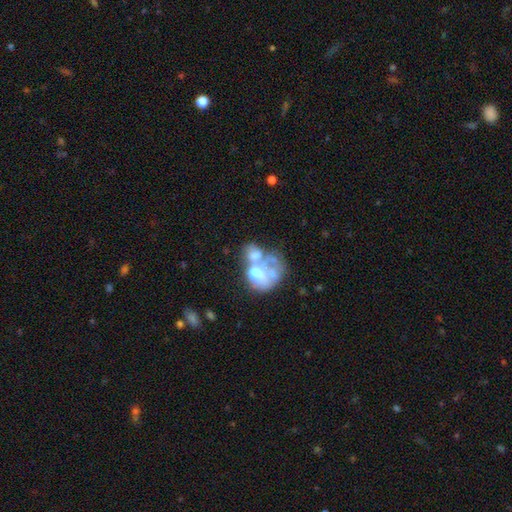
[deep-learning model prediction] Smooth or featured: featured or disk — 53% (smooth — 34%)
Edge-on disk: no — 98% (yes — 2%)
Bar: no — 91% (weak — 6%)
Spiral arms: no — 93% (yes — 7%)
Bulge size: none — 38% (moderate — 31%)
Merging: merger — 52% (major disturbance — 22%)